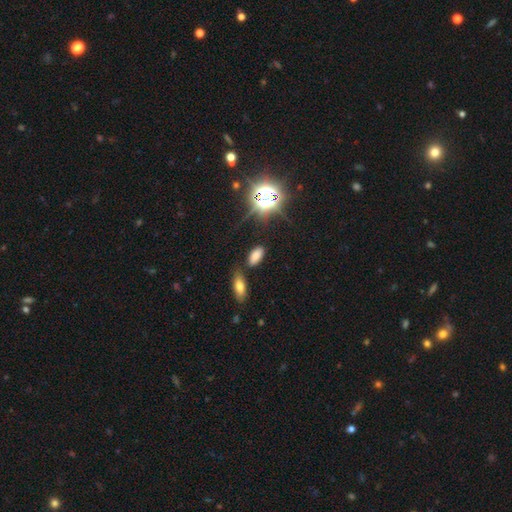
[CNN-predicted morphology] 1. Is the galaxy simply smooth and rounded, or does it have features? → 72% smooth, 21% star or artifact, 7% featured or disk.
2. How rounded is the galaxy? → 89% in between, 7% cigar-shaped, 4% round.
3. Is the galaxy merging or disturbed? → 80% none, 11% minor disturbance, 5% merger, 4% major disturbance.